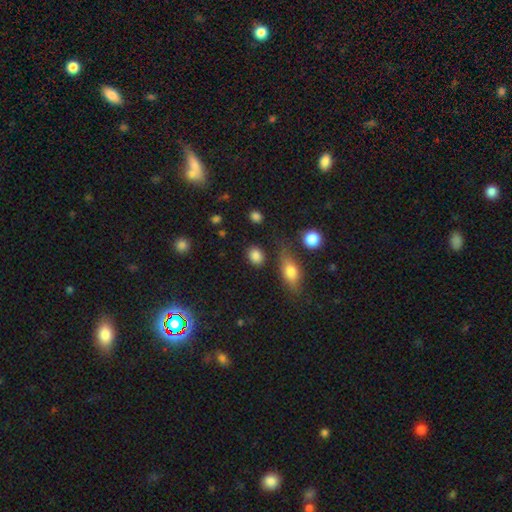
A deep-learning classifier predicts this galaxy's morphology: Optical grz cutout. It shows a smooth galaxy with no disk features (85%) that is round (54%). Merging: none (80%).